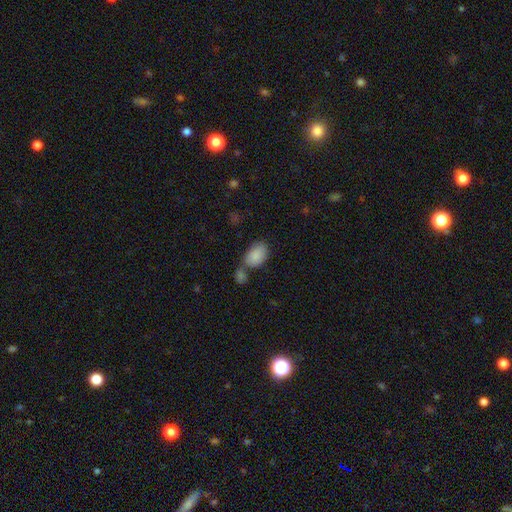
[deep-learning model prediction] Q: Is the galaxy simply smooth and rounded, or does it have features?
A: smooth — 87%.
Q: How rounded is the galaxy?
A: in between — 87%.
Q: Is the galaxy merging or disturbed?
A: none — 49%.